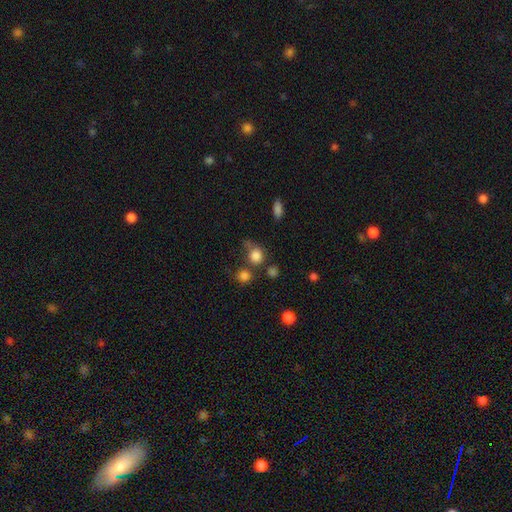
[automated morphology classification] Smooth or featured? Predicted: smooth (p=0.81). How rounded? Predicted: round (p=0.80). Merging? Predicted: none (p=0.54).